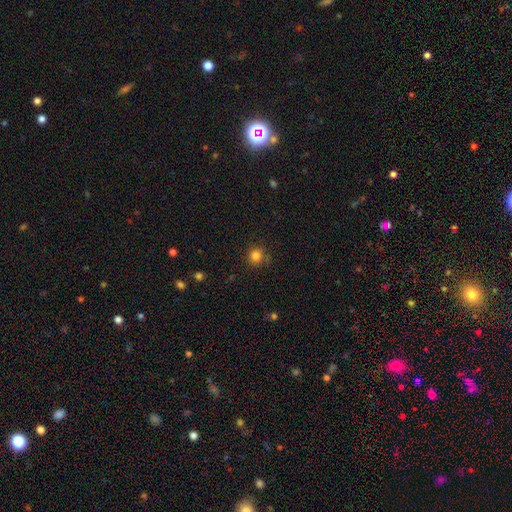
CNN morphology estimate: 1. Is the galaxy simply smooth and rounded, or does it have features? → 82% smooth, 13% star or artifact, 5% featured or disk.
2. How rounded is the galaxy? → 92% round, 7% in between, 1% cigar-shaped.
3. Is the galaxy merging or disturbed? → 82% none, 12% minor disturbance, 3% major disturbance, 3% merger.